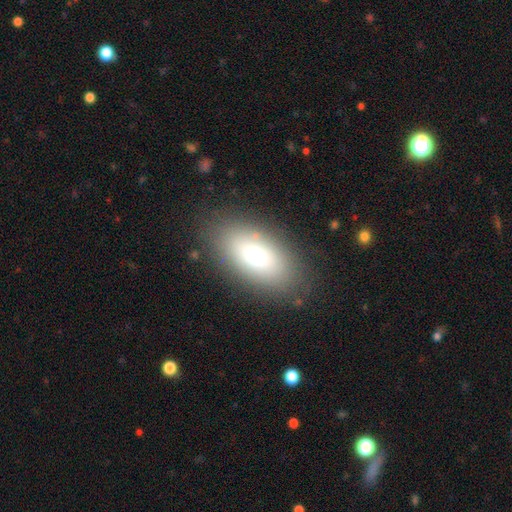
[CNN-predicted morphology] Q: Smooth or featured?
A: smooth (68%); runner-up: featured or disk (22%)
Q: How rounded?
A: in between (90%); runner-up: round (7%)
Q: Merging?
A: none (85%); runner-up: minor disturbance (10%)